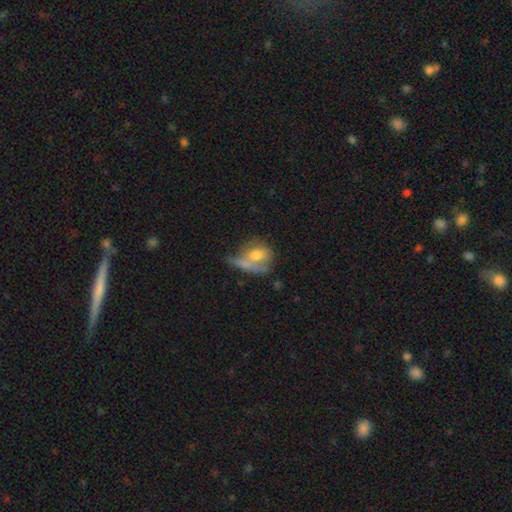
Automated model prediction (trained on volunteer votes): smooth-or-featured: smooth: 59% | featured or disk: 32% | star or artifact: 9%
  how-rounded: round: 55% | in between: 41% | cigar-shaped: 4%
  merging: none: 32% | merger: 30% | major disturbance: 20% | minor disturbance: 18%